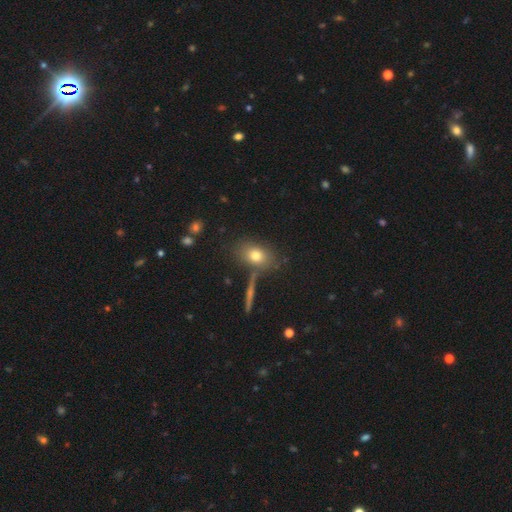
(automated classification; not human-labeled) The model was most divided on "how rounded": in between: 70%, round: 27%, cigar-shaped: 3%. More confident: smooth or featured — smooth (74%); merging — none (71%).